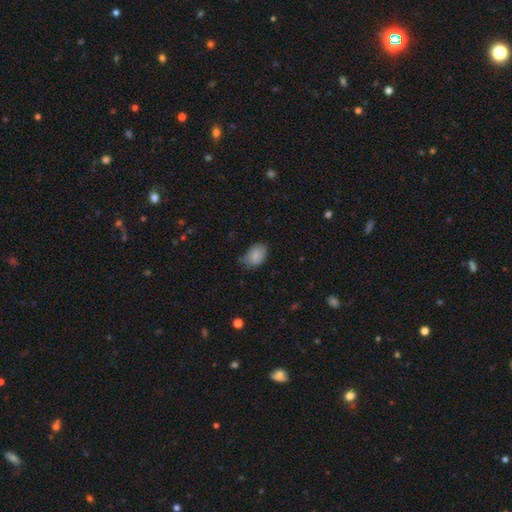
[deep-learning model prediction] smooth 83%, featured or disk 9%, star or artifact 8%. Down the decision tree: how rounded — in between (86%); merging — none (59%).